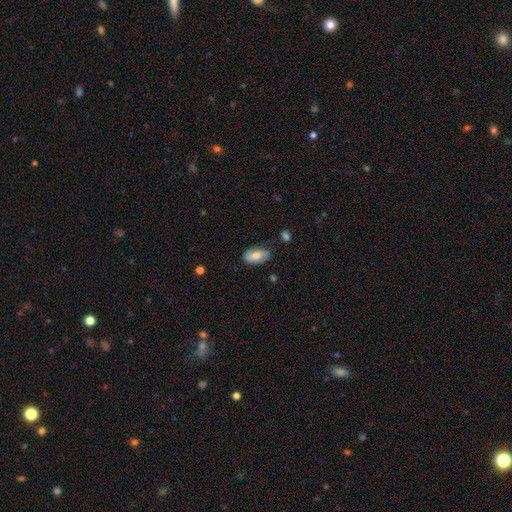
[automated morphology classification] Smooth or featured: smooth — 55% (featured or disk — 38%)
How rounded: in between — 93% (round — 5%)
Merging: none — 76% (minor disturbance — 18%)